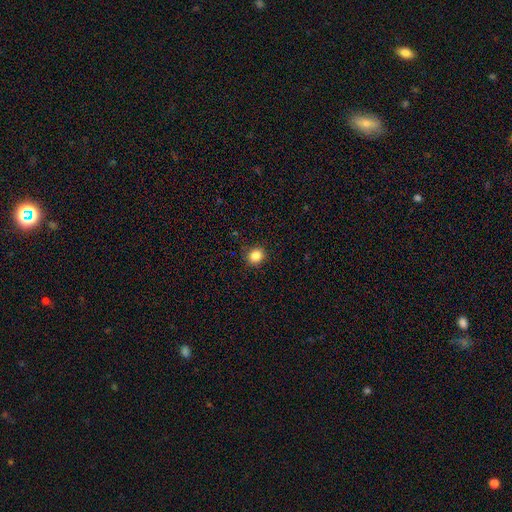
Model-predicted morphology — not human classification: Overall: smooth (85%). How rounded: round (80%). Merging: none (86%).